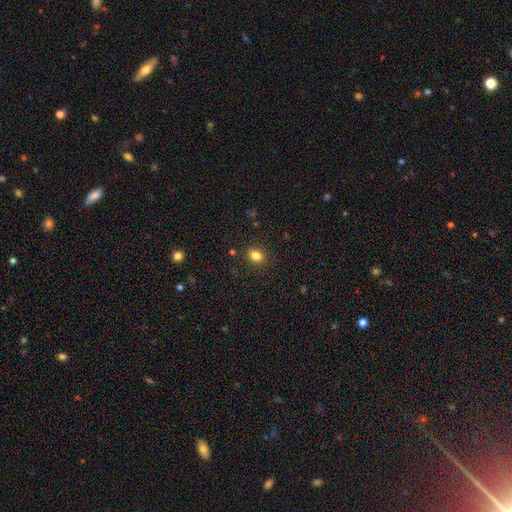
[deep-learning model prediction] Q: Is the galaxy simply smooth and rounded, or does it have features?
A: smooth — 82%.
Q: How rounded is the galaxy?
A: in between — 59%.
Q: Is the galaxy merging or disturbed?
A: none — 87%.